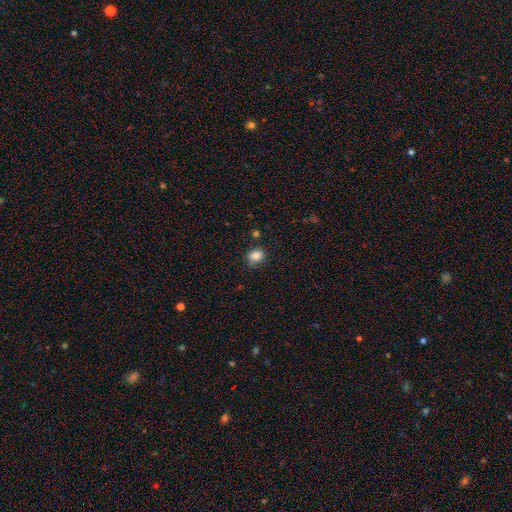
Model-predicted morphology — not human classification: A smooth galaxy with no disk features (85%) that is round (52%).

Vote fractions:
- Smooth or featured? smooth: 85% / star or artifact: 10% / featured or disk: 5%
- How rounded? round: 52% / in between: 47% / cigar-shaped: 1%
- Merging? none: 73% / minor disturbance: 20% / major disturbance: 4% / merger: 3%